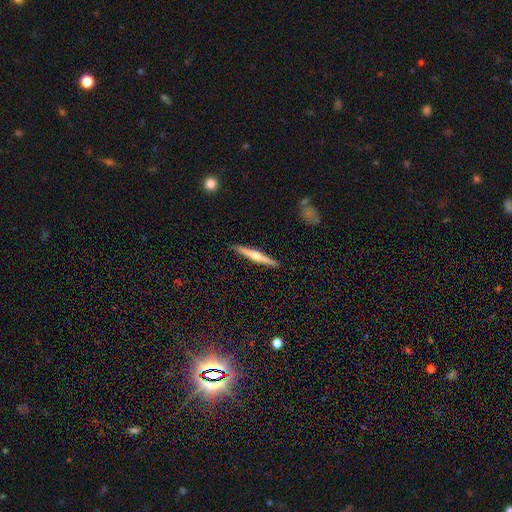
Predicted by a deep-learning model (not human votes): A featured or disk galaxy (63%) viewed edge-on (97%) with a rounded central bulge (86%).

Vote fractions:
- Smooth or featured? featured or disk: 63% / smooth: 31% / star or artifact: 6%
- Edge-on disk? yes: 97% / no: 3%
- Edge-on bulge? rounded: 86% / none: 11% / boxy: 3%
- Merging? none: 91% / minor disturbance: 6% / major disturbance: 1% / merger: 1%